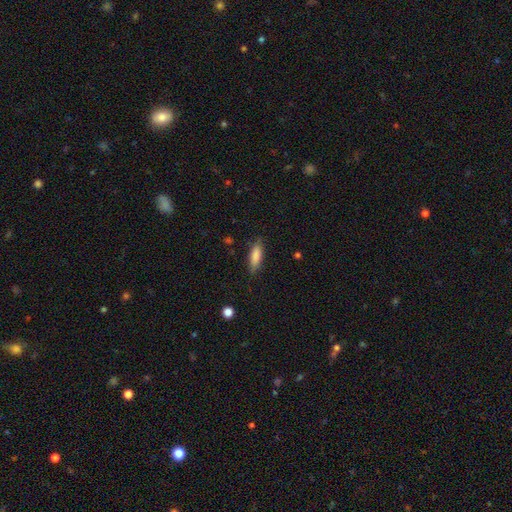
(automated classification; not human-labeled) Q: Smooth or featured?
A: smooth (84%); runner-up: featured or disk (10%)
Q: How rounded?
A: in between (52%); runner-up: cigar-shaped (46%)
Q: Merging?
A: none (82%); runner-up: minor disturbance (14%)